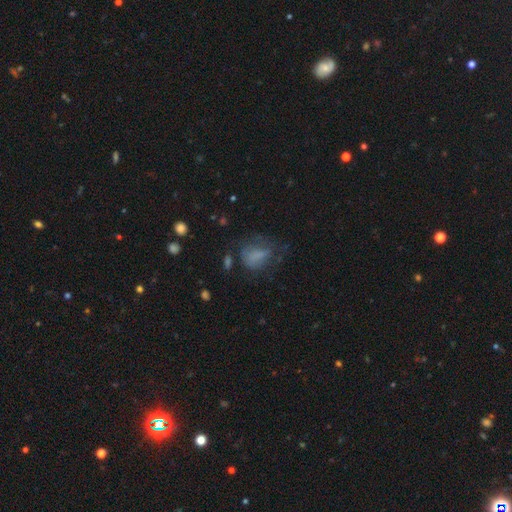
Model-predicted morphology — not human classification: The model was most divided on "merging": none: 38%, major disturbance: 33%, minor disturbance: 26%, merger: 4%. More confident: how rounded — in between (71%); smooth or featured — smooth (63%).